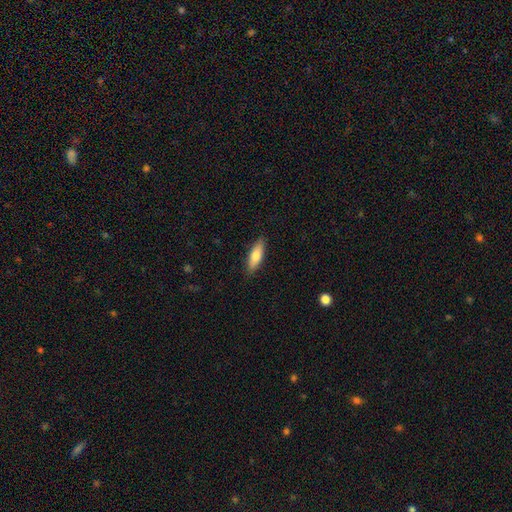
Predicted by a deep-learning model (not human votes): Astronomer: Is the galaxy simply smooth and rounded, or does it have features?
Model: smooth — 72%.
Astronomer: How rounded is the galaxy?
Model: in between — 53% (runner-up: cigar-shaped, 45%).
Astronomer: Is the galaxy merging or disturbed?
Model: none — 87%.